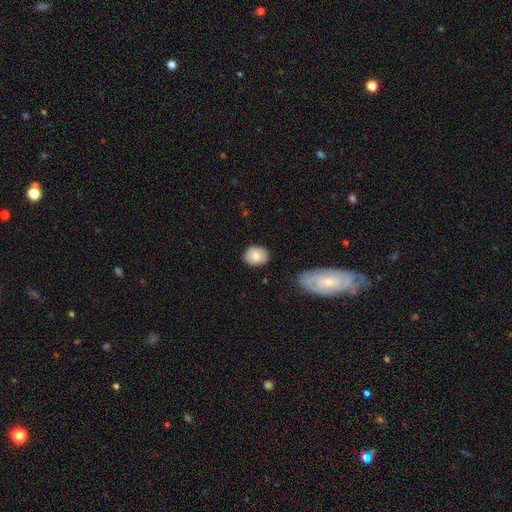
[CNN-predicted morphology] The model was most divided on "how rounded": round: 52%, in between: 47%, cigar-shaped: 1%. More confident: merging — none (83%); smooth or featured — smooth (78%).